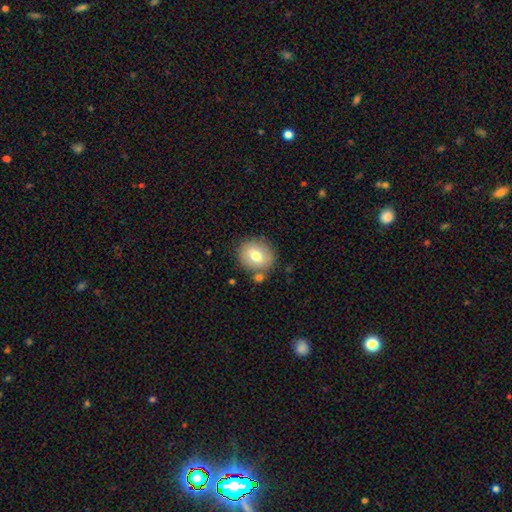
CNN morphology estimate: Q: Smooth or featured?
A: smooth (74%); runner-up: featured or disk (17%)
Q: How rounded?
A: round (73%); runner-up: in between (26%)
Q: Merging?
A: none (77%); runner-up: minor disturbance (11%)